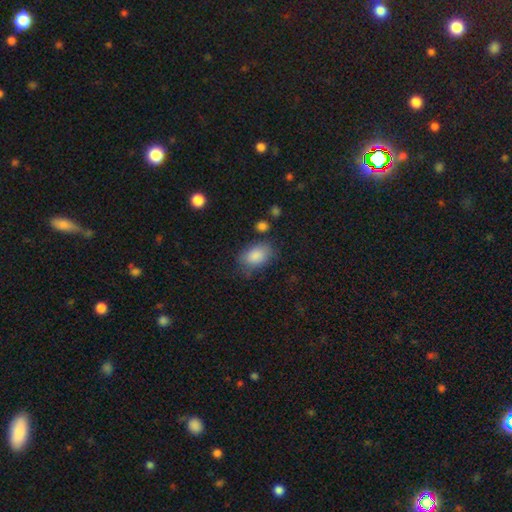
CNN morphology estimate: This appears to be a smooth galaxy with no disk features (86%) that is in between round and cigar-shaped (86%). Merging: none (68%).